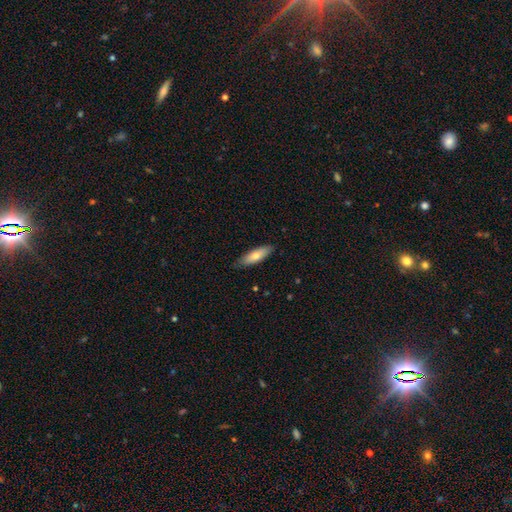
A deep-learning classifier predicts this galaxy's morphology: A smooth galaxy with no disk features (74%) that is cigar-shaped (50%).

Vote fractions:
- Smooth or featured? smooth: 74% / featured or disk: 20% / star or artifact: 6%
- How rounded? cigar-shaped: 50% / in between: 48% / round: 2%
- Merging? none: 85% / minor disturbance: 12% / major disturbance: 2% / merger: 1%